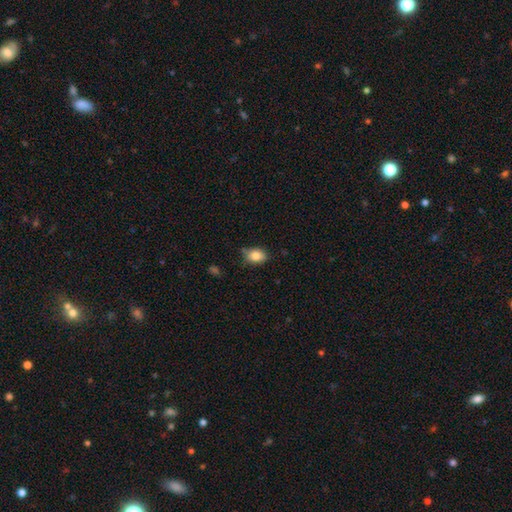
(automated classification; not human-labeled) Morphology: type=smooth (83%); roundness=in between (73%); merging=none (70%).